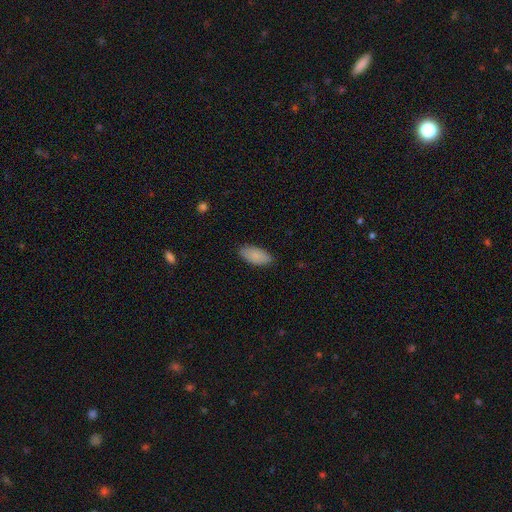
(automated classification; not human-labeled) The model was most divided on "merging": none: 86%, minor disturbance: 11%, major disturbance: 2%, merger: 1%. More confident: how rounded — in between (93%); smooth or featured — smooth (87%).